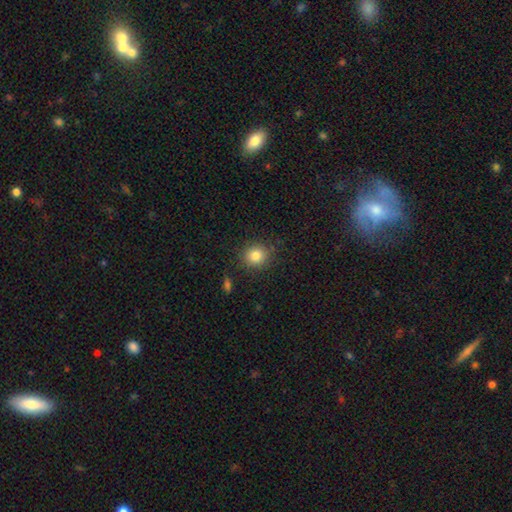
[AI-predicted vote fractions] Q: Smooth or featured?
A: smooth (82%); runner-up: star or artifact (11%)
Q: How rounded?
A: round (90%); runner-up: in between (9%)
Q: Merging?
A: none (87%); runner-up: minor disturbance (9%)